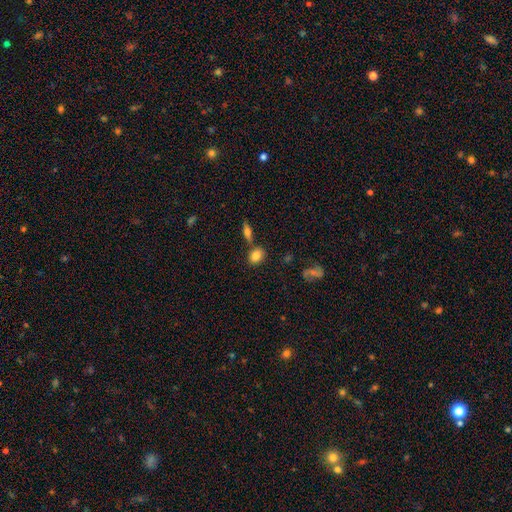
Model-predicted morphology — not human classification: This is clearly a smooth galaxy (82%). How rounded: likely in between (63%). Merging: likely none (69%).